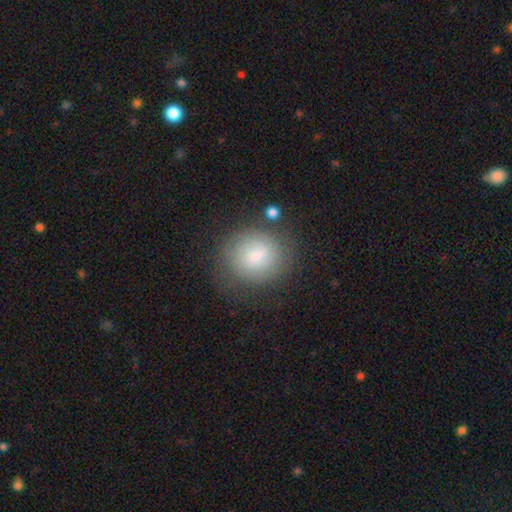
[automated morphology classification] Q: Smooth or featured?
A: smooth (76%); runner-up: featured or disk (15%)
Q: How rounded?
A: round (74%); runner-up: in between (25%)
Q: Merging?
A: none (73%); runner-up: minor disturbance (16%)